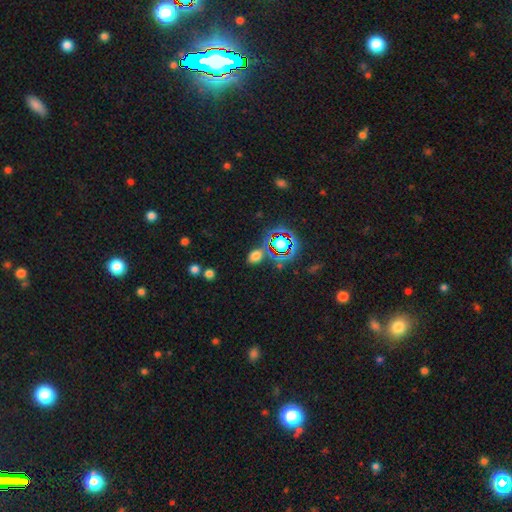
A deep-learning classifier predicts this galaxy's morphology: smooth-or-featured: smooth: 65% | star or artifact: 27% | featured or disk: 8%
  how-rounded: in between: 76% | round: 21% | cigar-shaped: 3%
  merging: none: 74% | minor disturbance: 13% | merger: 8% | major disturbance: 5%